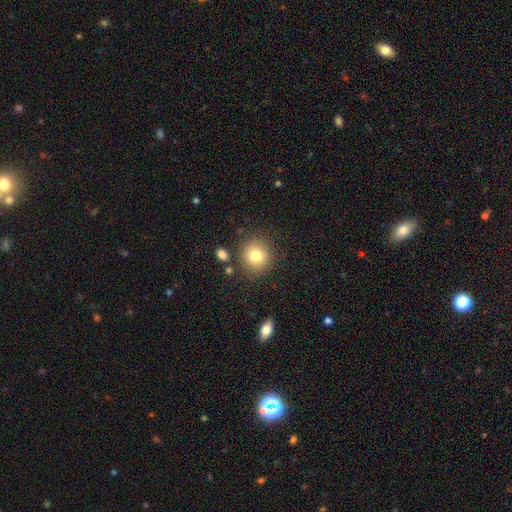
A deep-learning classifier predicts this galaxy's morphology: The model was most divided on "smooth or featured": smooth: 79%, star or artifact: 11%, featured or disk: 10%. More confident: how rounded — round (85%); merging — none (83%).